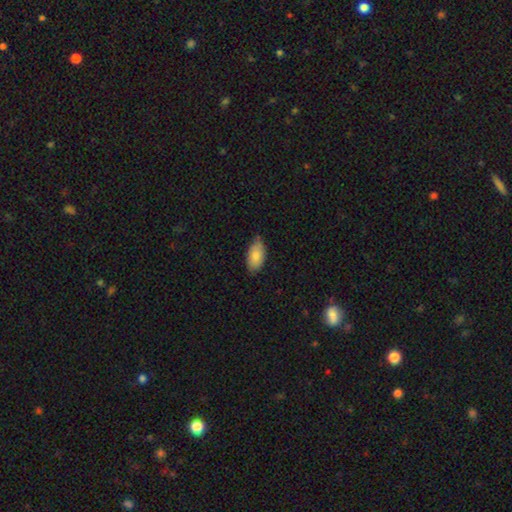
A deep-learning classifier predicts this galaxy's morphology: This is clearly a smooth galaxy (83%). How rounded: clearly in between (93%). Merging: likely none (74%).